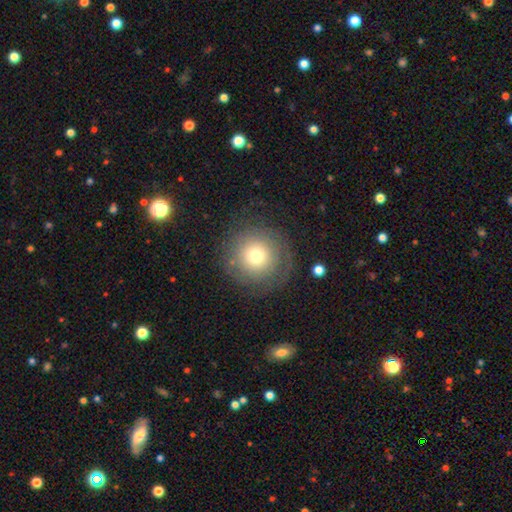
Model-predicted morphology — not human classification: Smooth or featured: smooth — 60% (featured or disk — 28%)
How rounded: round — 95% (in between — 4%)
Merging: none — 79% (minor disturbance — 11%)